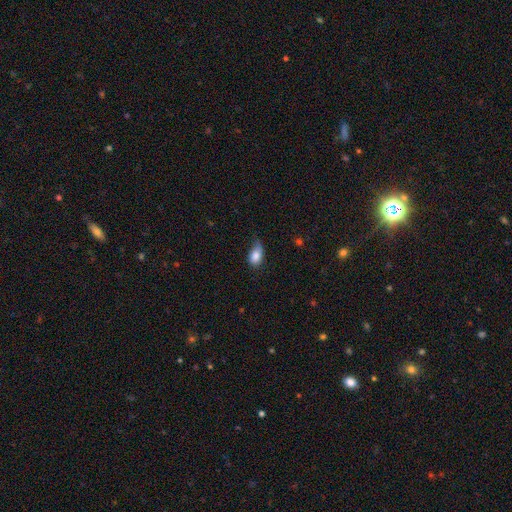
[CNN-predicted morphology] smooth 81%, featured or disk 11%, star or artifact 7%. Down the decision tree: how rounded — in between (84%); merging — minor disturbance (42%).